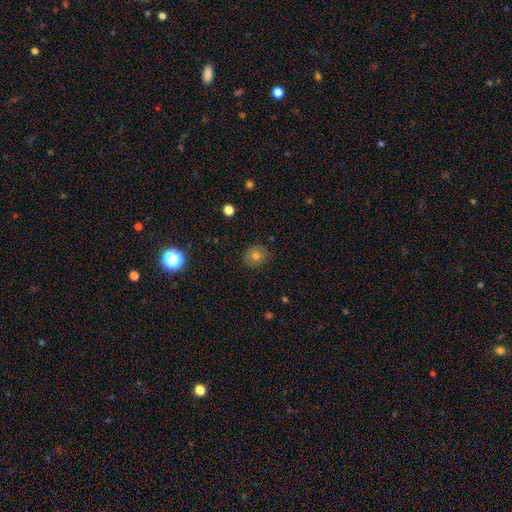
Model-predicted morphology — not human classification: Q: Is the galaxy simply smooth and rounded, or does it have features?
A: smooth — 67%.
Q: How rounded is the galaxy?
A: round — 77%.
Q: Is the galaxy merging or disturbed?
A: none — 84%.